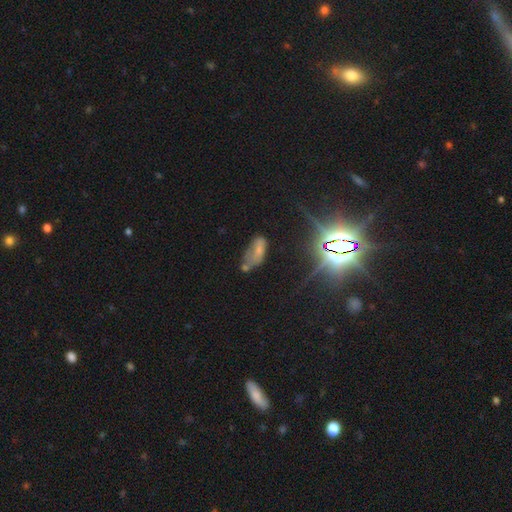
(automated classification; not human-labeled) Smooth or featured: star or artifact — 40% (smooth — 36%)